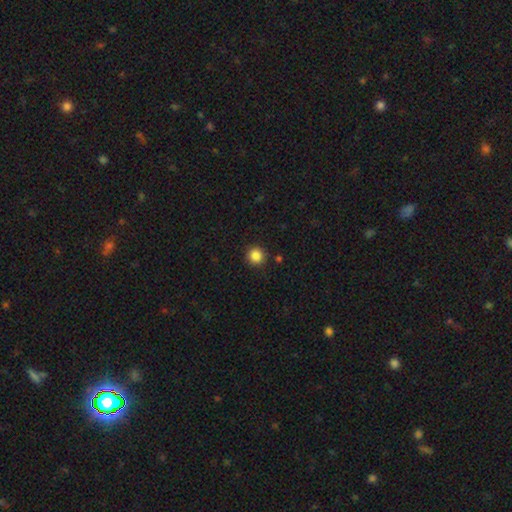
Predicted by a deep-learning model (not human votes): Smooth or featured? Predicted: smooth (p=0.86). How rounded? Predicted: round (p=0.94). Merging? Predicted: none (p=0.90).